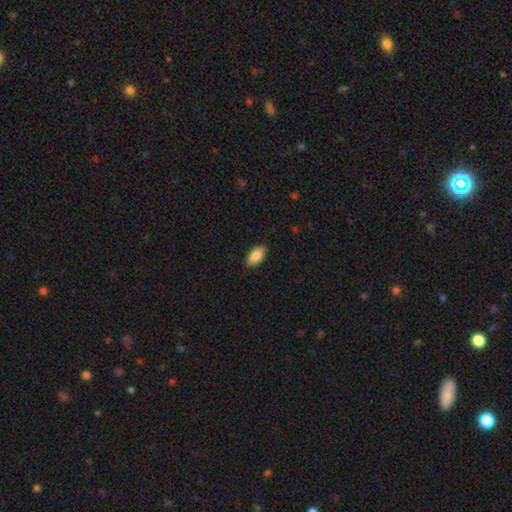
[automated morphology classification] smooth 87%, star or artifact 6%, featured or disk 6%. Down the decision tree: how rounded — in between (95%); merging — none (88%).